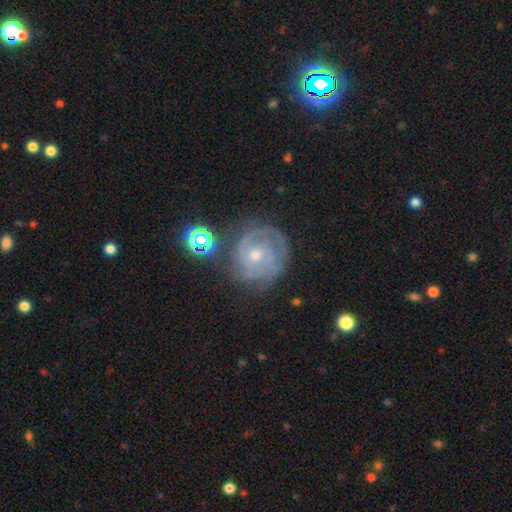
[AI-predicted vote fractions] smooth_or_featured: featured or disk (p=0.81) [alt: smooth p=0.11]
disk_edge_on: no (p=0.98) [alt: yes p=0.02]
bar: no (p=0.70) [alt: weak p=0.26]
has_spiral_arms: yes (p=0.93) [alt: no p=0.07]
spiral_winding: tight (p=0.67) [alt: medium p=0.27]
spiral_arm_count: can't tell (p=0.30) [alt: 2 p=0.29]
bulge_size: small (p=0.52) [alt: moderate p=0.44]
merging: none (p=0.70) [alt: minor disturbance p=0.18]